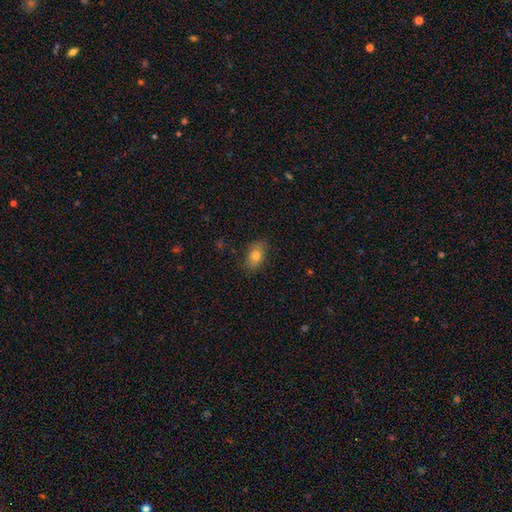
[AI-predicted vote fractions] smooth_or_featured: smooth (p=0.78) [alt: featured or disk p=0.12]
how_rounded: in between (p=0.86) [alt: round p=0.12]
merging: none (p=0.81) [alt: minor disturbance p=0.15]